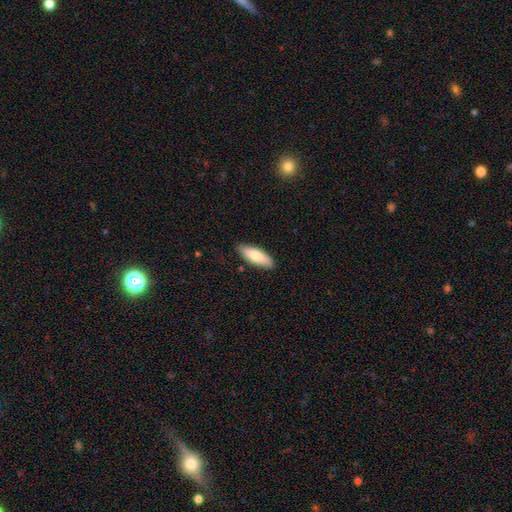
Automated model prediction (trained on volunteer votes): Smooth or featured: smooth — 78% (featured or disk — 16%)
How rounded: in between — 66% (cigar-shaped — 32%)
Merging: none — 86% (minor disturbance — 11%)